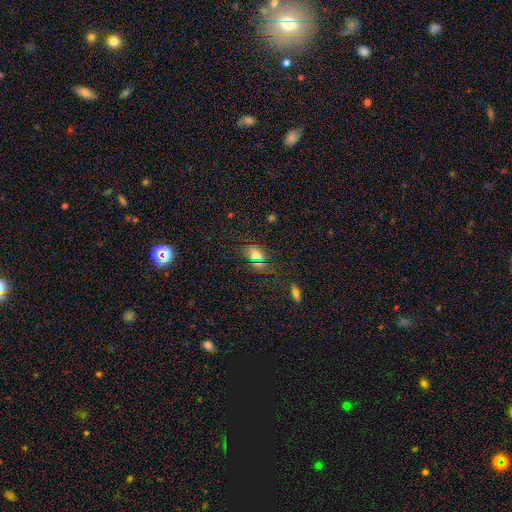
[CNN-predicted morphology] smooth 54%, star or artifact 34%, featured or disk 12%. Down the decision tree: how rounded — in between (67%); merging — none (76%).